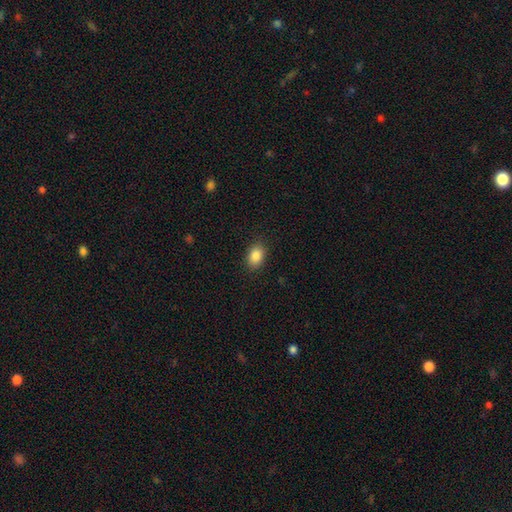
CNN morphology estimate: The model was most divided on "how rounded": in between: 80%, round: 19%, cigar-shaped: 1%. More confident: merging — none (88%); smooth or featured — smooth (87%).